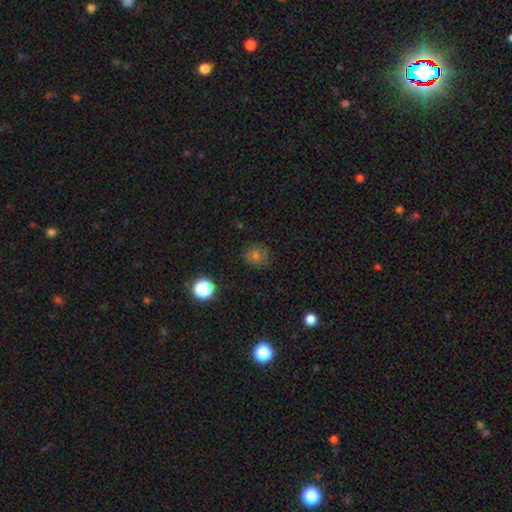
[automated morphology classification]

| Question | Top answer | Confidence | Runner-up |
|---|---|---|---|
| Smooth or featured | smooth | 70% | star or artifact (21%) |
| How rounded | round | 88% | in between (11%) |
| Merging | none | 83% | minor disturbance (12%) |